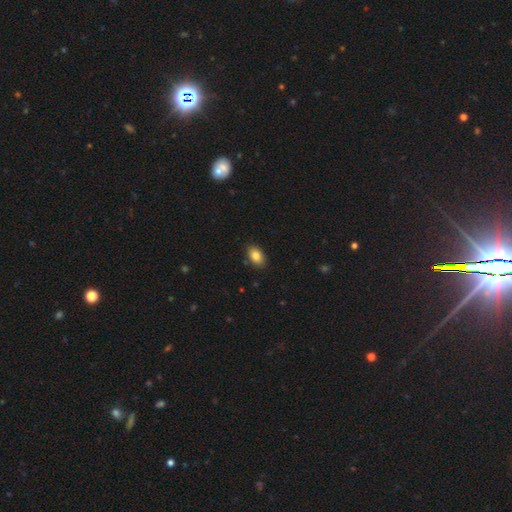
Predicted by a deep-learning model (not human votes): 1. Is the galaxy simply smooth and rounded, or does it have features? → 84% smooth, 8% star or artifact, 8% featured or disk.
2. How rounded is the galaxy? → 89% in between, 10% round, 1% cigar-shaped.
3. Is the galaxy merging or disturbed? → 87% none, 10% minor disturbance, 2% major disturbance, 1% merger.